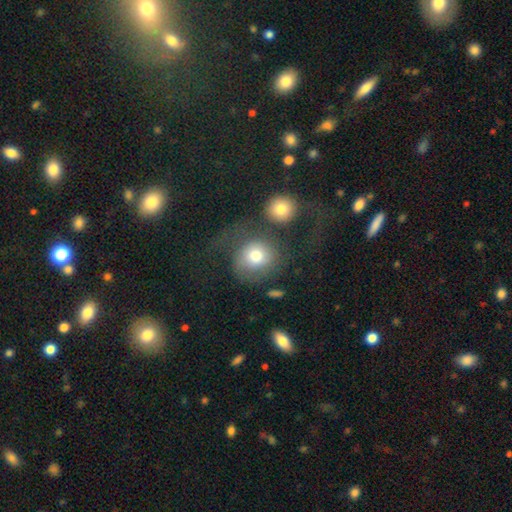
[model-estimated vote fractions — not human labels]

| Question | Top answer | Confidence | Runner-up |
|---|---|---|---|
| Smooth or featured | smooth | 68% | featured or disk (22%) |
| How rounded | round | 79% | in between (20%) |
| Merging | none | 37% | major disturbance (27%) |